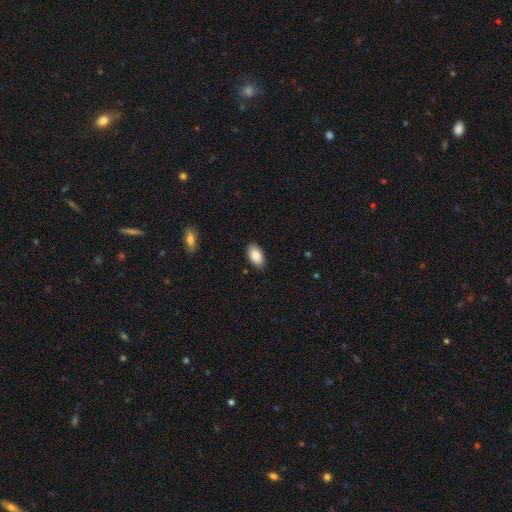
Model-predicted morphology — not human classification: smooth 86%, featured or disk 7%, star or artifact 7%. Down the decision tree: how rounded — in between (95%); merging — none (89%).